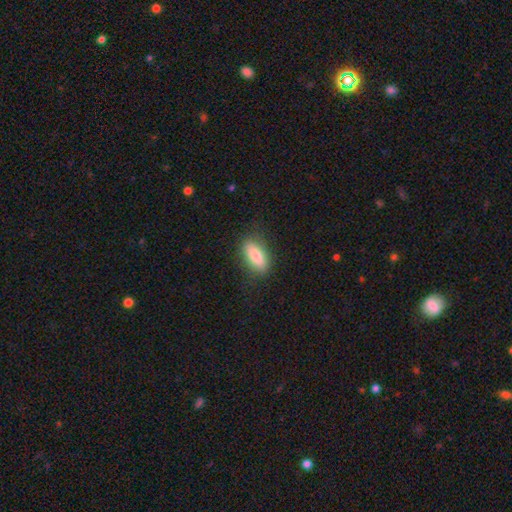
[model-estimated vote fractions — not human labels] Smooth or featured? smooth (81%)
How rounded? in between (80%)
Merging? none (81%)